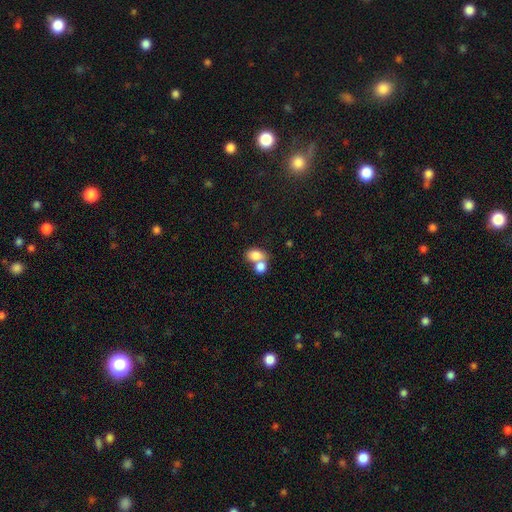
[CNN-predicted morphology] Smooth or featured? Predicted: smooth (p=0.80). How rounded? Predicted: in between (p=0.72). Merging? Predicted: merger (p=0.59).